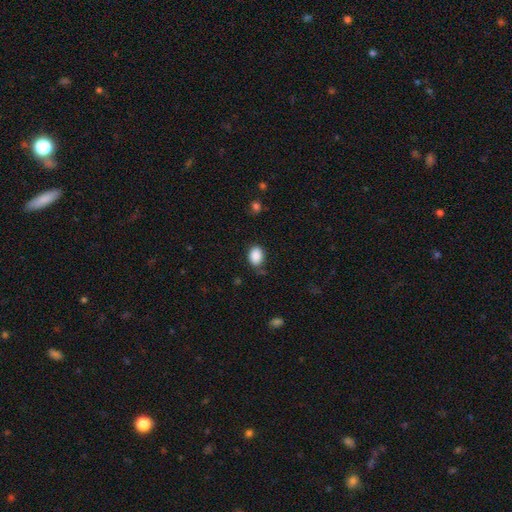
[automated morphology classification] smooth 88%, star or artifact 8%, featured or disk 3%. Down the decision tree: how rounded — in between (71%); merging — none (77%).